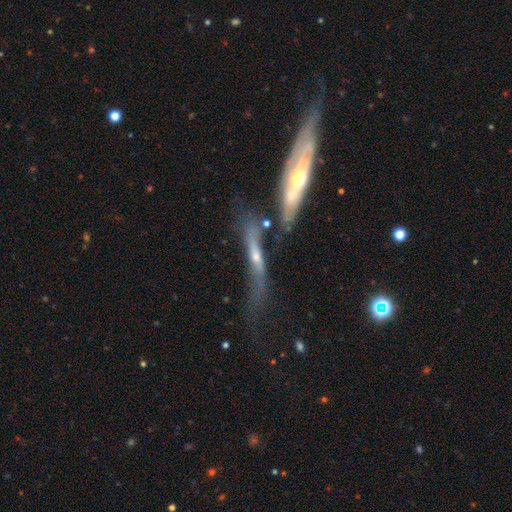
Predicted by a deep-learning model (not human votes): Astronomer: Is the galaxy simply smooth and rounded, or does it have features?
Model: featured or disk — 61%.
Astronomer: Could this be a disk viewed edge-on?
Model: yes — 73%.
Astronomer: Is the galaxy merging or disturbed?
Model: none — 37% (runner-up: merger, 29%).